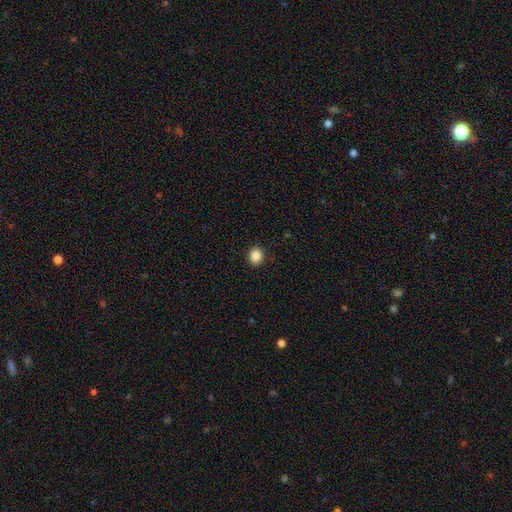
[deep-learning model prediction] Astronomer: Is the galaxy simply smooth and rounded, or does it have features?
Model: smooth — 87%.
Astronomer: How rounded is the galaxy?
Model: round — 80%.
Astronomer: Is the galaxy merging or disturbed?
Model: none — 92%.